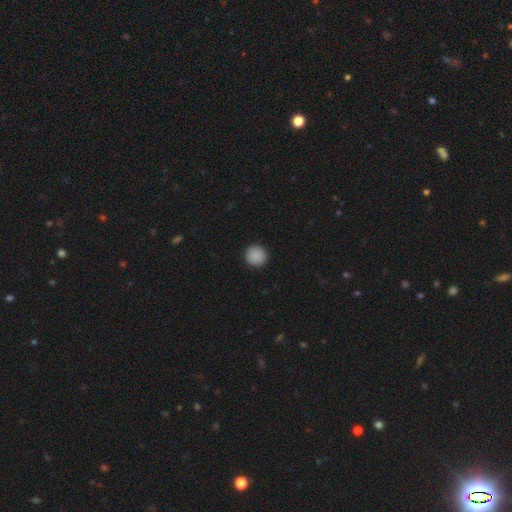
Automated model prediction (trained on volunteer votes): smooth 89%, star or artifact 8%, featured or disk 2%. Down the decision tree: how rounded — round (95%); merging — none (93%).